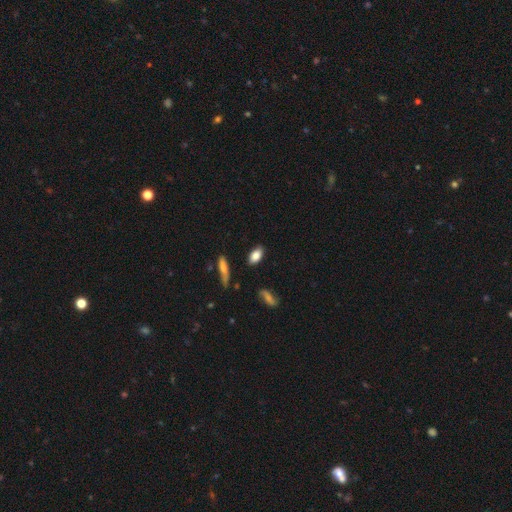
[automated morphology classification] smooth-or-featured: smooth: 83% | featured or disk: 10% | star or artifact: 7%
  how-rounded: in between: 89% | cigar-shaped: 7% | round: 5%
  merging: none: 85% | minor disturbance: 11% | major disturbance: 2% | merger: 2%